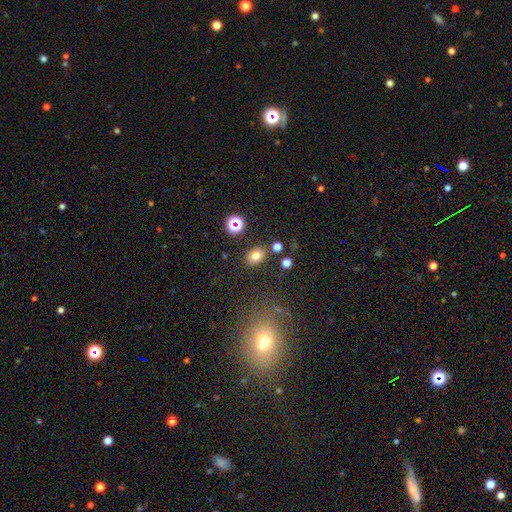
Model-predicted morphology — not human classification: Smooth or featured?
  - smooth: 76% *
  - star or artifact: 14%
  - featured or disk: 9%
How rounded?
  - in between: 63% *
  - round: 36%
  - cigar-shaped: 1%
Merging?
  - none: 82% *
  - minor disturbance: 10%
  - merger: 5%
  - major disturbance: 3%